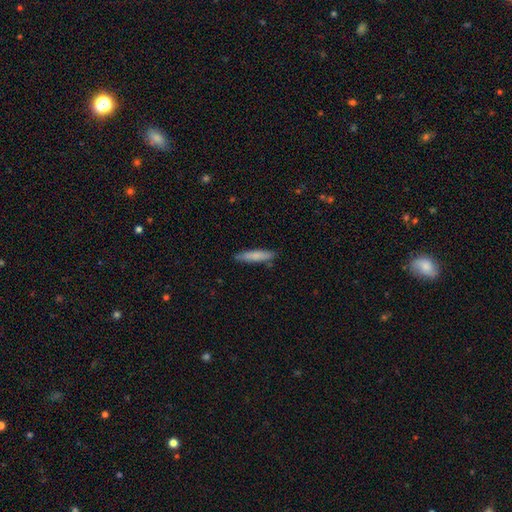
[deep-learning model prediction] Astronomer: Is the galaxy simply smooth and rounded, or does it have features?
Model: smooth — 77%.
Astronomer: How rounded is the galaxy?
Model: cigar-shaped — 84%.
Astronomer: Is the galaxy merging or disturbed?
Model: none — 86%.